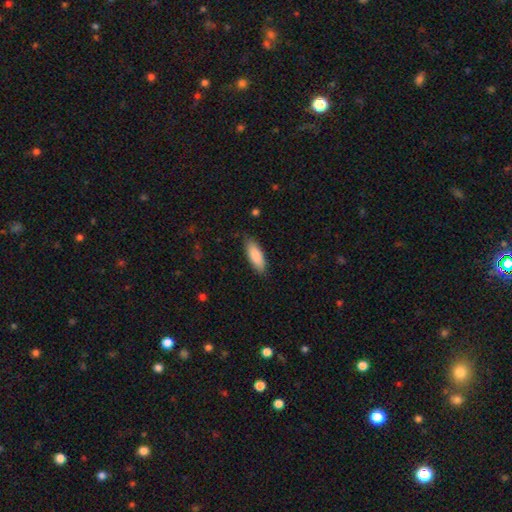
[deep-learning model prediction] A smooth galaxy with no disk features (85%) that is in between round and cigar-shaped (68%).

Vote fractions:
- Smooth or featured? smooth: 85% / featured or disk: 9% / star or artifact: 6%
- How rounded? in between: 68% / cigar-shaped: 30% / round: 2%
- Merging? none: 83% / minor disturbance: 13% / major disturbance: 2% / merger: 1%